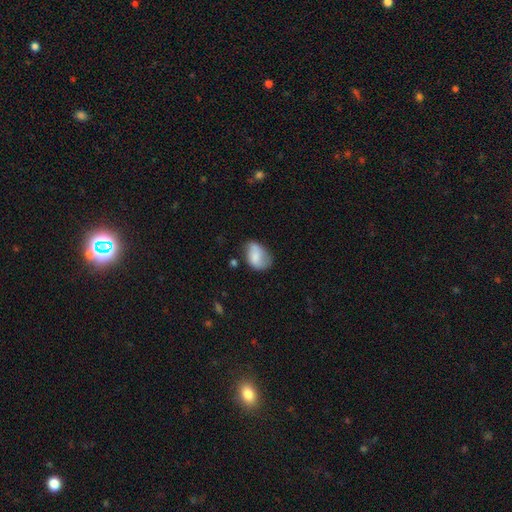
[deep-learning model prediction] Smooth or featured? smooth (67%)
How rounded? in between (78%)
Merging? none (47%)